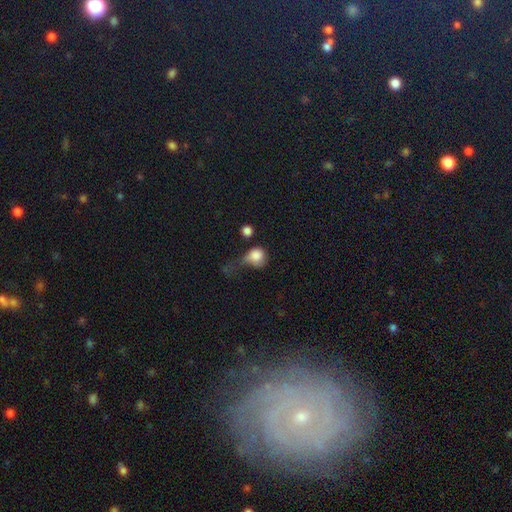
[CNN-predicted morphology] type=smooth (81%); roundness=round (77%); merging=major disturbance (41%).